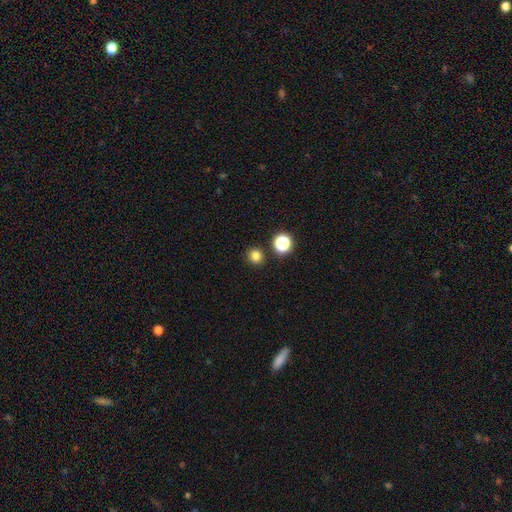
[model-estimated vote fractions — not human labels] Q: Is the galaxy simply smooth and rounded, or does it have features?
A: smooth — 80%.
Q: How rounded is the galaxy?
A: round — 91%.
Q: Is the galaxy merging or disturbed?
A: none — 89%.